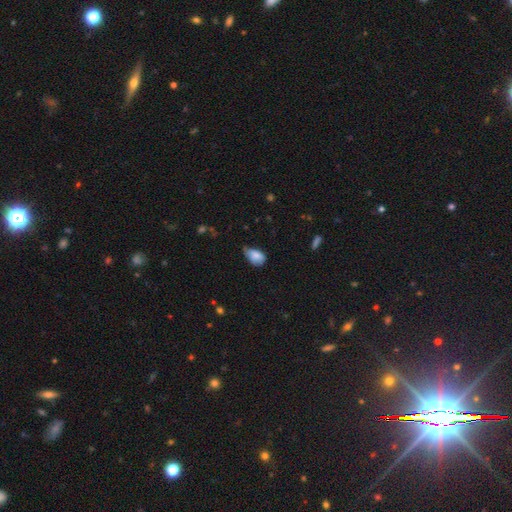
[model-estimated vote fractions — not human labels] A smooth galaxy with no disk features (81%) that is in between round and cigar-shaped (86%).

Vote fractions:
- Smooth or featured? smooth: 81% / featured or disk: 12% / star or artifact: 8%
- How rounded? in between: 86% / round: 12% / cigar-shaped: 2%
- Merging? minor disturbance: 49% / none: 35% / major disturbance: 13% / merger: 3%